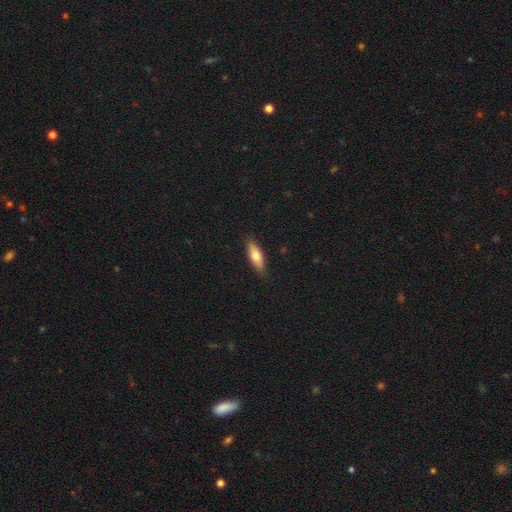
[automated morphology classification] Smooth or featured? Predicted: smooth (p=0.69). How rounded? Predicted: in between (p=0.57). Merging? Predicted: none (p=0.86).